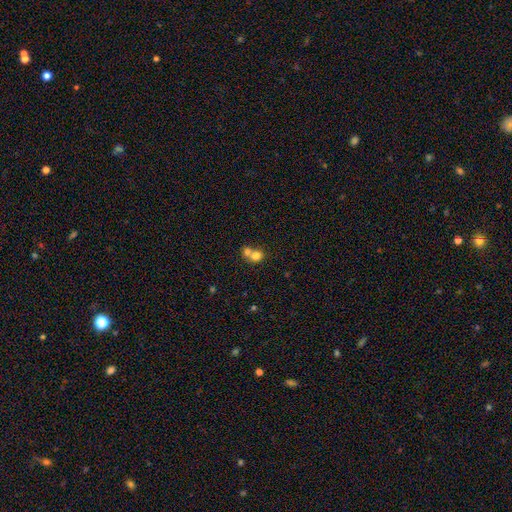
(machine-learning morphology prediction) This is likely a smooth galaxy (75%). How rounded: likely round (75%). Merging: possibly merger (60%).